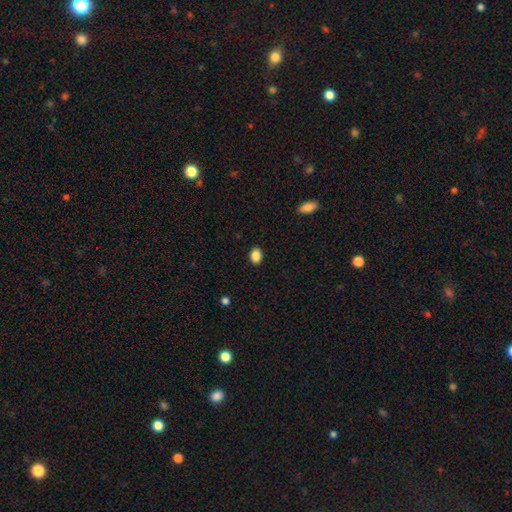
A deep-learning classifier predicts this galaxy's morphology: smooth_or_featured: smooth (p=0.88) [alt: star or artifact p=0.09]
how_rounded: in between (p=0.73) [alt: round p=0.26]
merging: none (p=0.90) [alt: minor disturbance p=0.07]